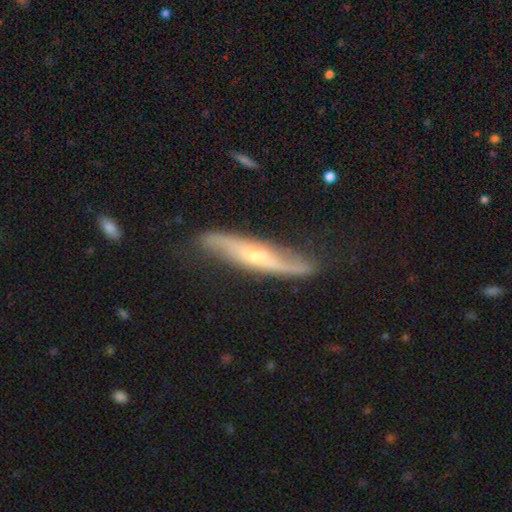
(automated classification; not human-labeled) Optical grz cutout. It shows a featured or disk galaxy (75%). Merging: none (74%).